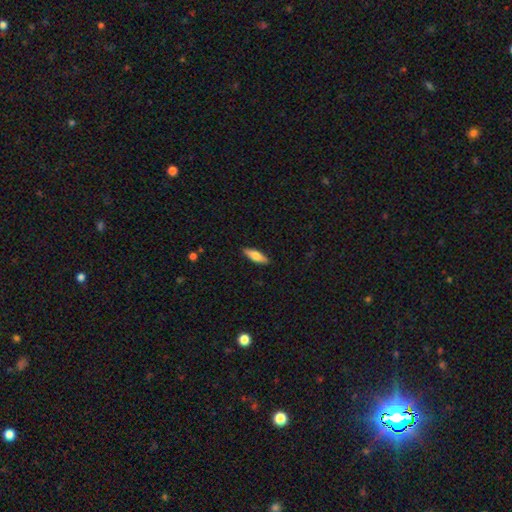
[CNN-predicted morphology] This appears to be a smooth galaxy with no disk features (69%) that is cigar-shaped (51%). Merging: none (89%).